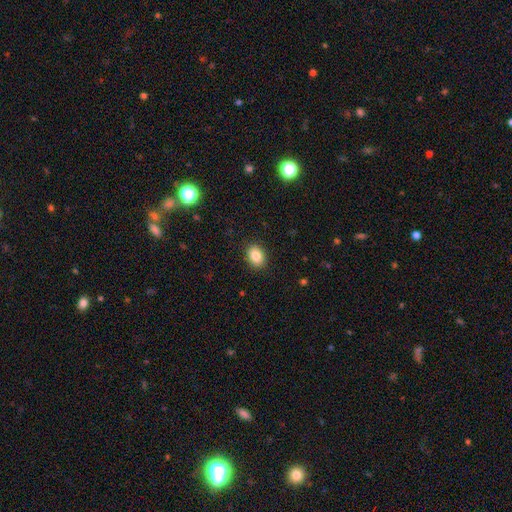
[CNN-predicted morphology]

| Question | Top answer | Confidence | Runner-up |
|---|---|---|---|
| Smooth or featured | smooth | 86% | star or artifact (9%) |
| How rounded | in between | 72% | round (27%) |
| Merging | none | 89% | minor disturbance (8%) |